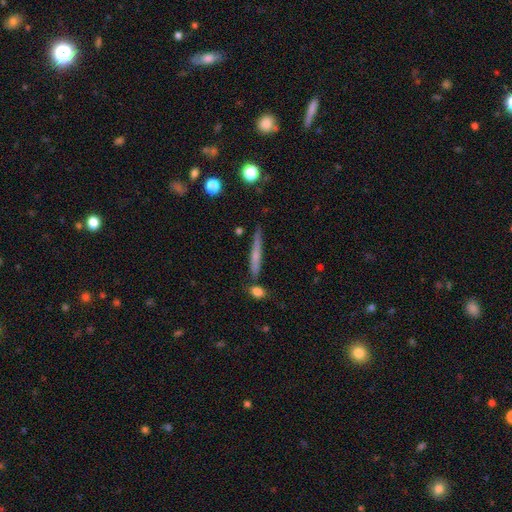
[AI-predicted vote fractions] A smooth galaxy with no disk features (51%) that is cigar-shaped (93%).

Vote fractions:
- Smooth or featured? smooth: 51% / featured or disk: 42% / star or artifact: 8%
- How rounded? cigar-shaped: 93% / in between: 5% / round: 2%
- Merging? none: 73% / minor disturbance: 16% / merger: 7% / major disturbance: 4%